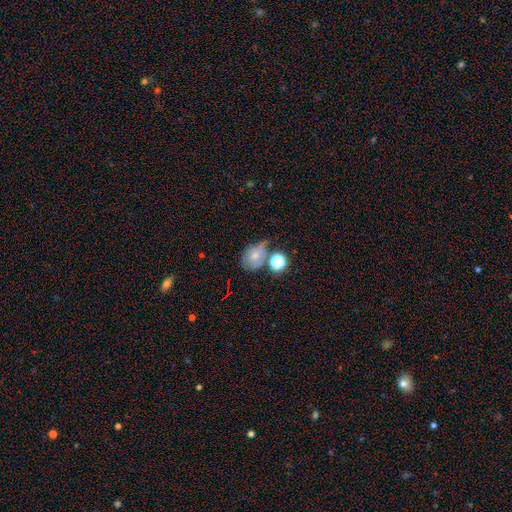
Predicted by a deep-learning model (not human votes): Q: Smooth or featured?
A: smooth (63%); runner-up: featured or disk (21%)
Q: How rounded?
A: round (51%); runner-up: in between (47%)
Q: Merging?
A: none (40%); runner-up: minor disturbance (27%)